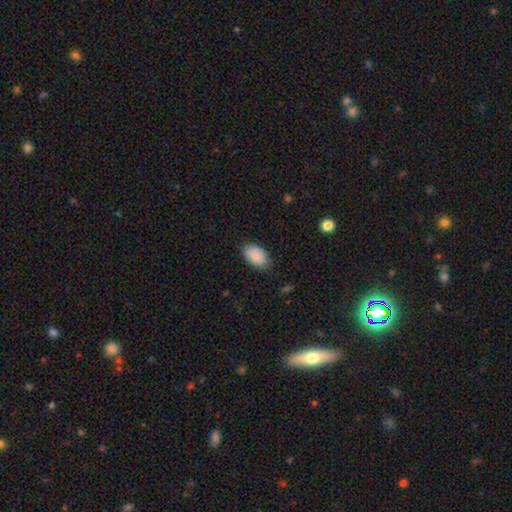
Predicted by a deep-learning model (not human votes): A smooth galaxy with no disk features (90%) that is in between round and cigar-shaped (93%). Merging: none (83%).